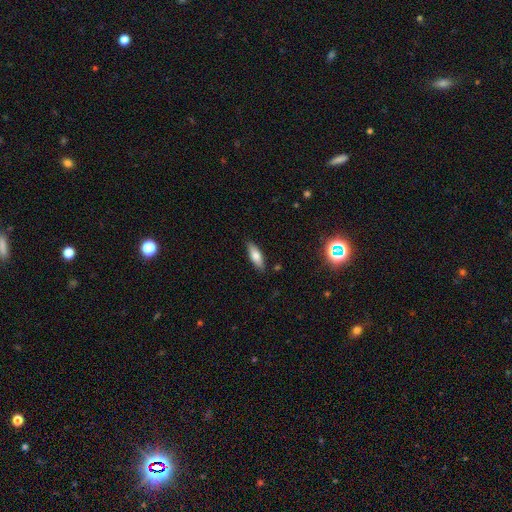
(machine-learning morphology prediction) This is likely a smooth galaxy (72%). How rounded: possibly in between (59%). Merging: clearly none (86%).